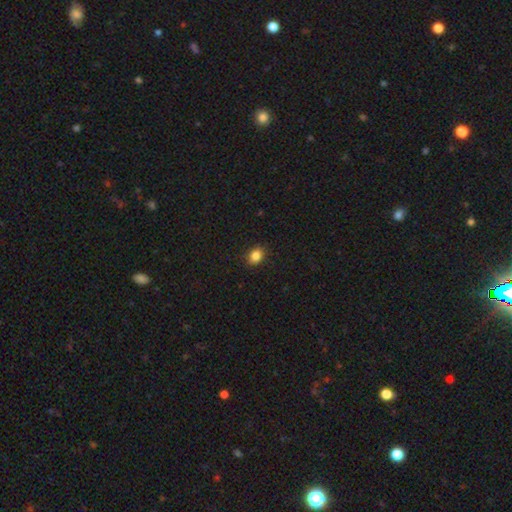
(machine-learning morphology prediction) smooth_or_featured: smooth (p=0.85) [alt: star or artifact p=0.10]
how_rounded: in between (p=0.57) [alt: round p=0.41]
merging: none (p=0.88) [alt: minor disturbance p=0.09]